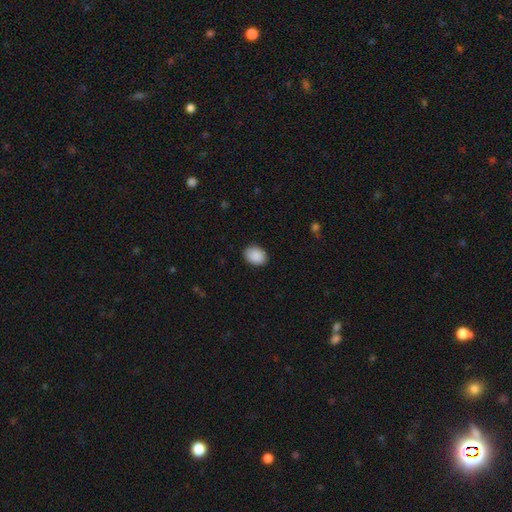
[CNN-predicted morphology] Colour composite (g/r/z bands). It shows a smooth galaxy with no disk features (90%) that is in between round and cigar-shaped (72%). Merging: none (88%).